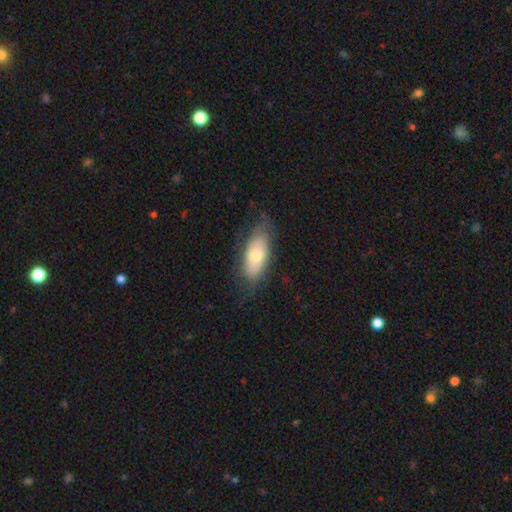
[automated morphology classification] Smooth or featured? Predicted: smooth (p=0.62). How rounded? Predicted: in between (p=0.87). Merging? Predicted: none (p=0.67).